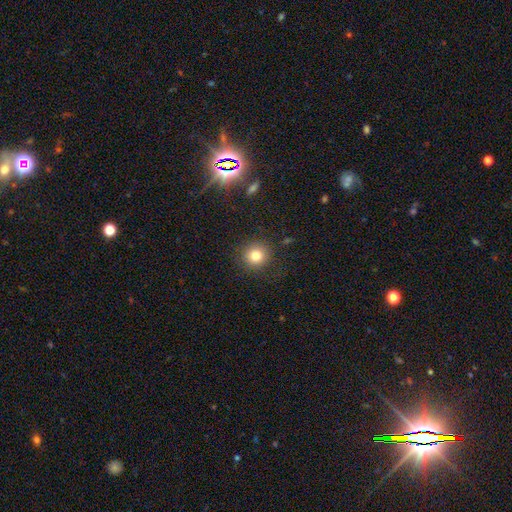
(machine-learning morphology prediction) A smooth galaxy with no disk features (80%) that is round (91%).

Vote fractions:
- Smooth or featured? smooth: 80% / star or artifact: 12% / featured or disk: 8%
- How rounded? round: 91% / in between: 8% / cigar-shaped: 1%
- Merging? none: 88% / minor disturbance: 8% / major disturbance: 3% / merger: 1%